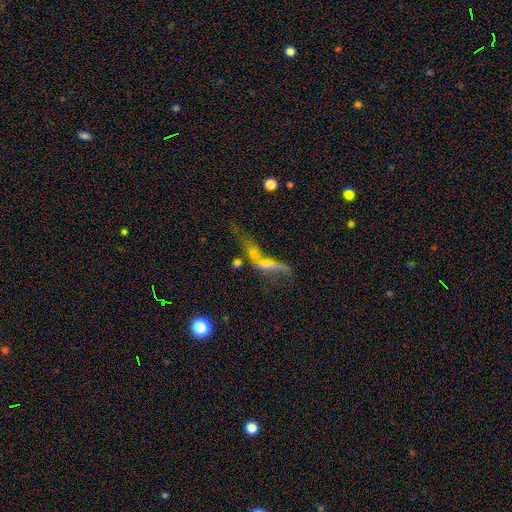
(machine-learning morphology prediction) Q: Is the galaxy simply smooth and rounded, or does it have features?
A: featured or disk — 59%.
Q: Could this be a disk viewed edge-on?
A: no — 55%.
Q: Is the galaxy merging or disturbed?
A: merger — 37%.